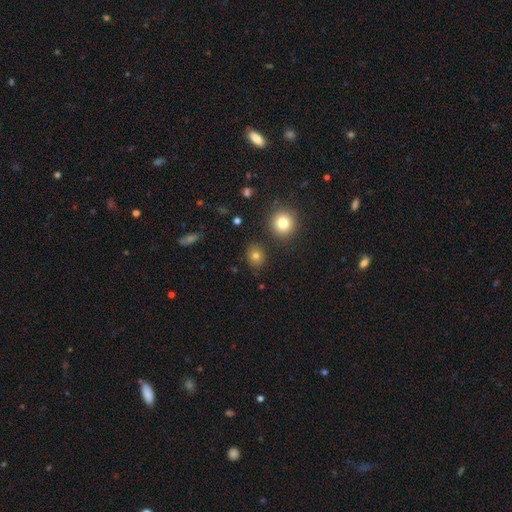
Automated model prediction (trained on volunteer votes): The model was most divided on "how rounded": round: 67%, in between: 32%, cigar-shaped: 1%. More confident: merging — none (85%); smooth or featured — smooth (78%).